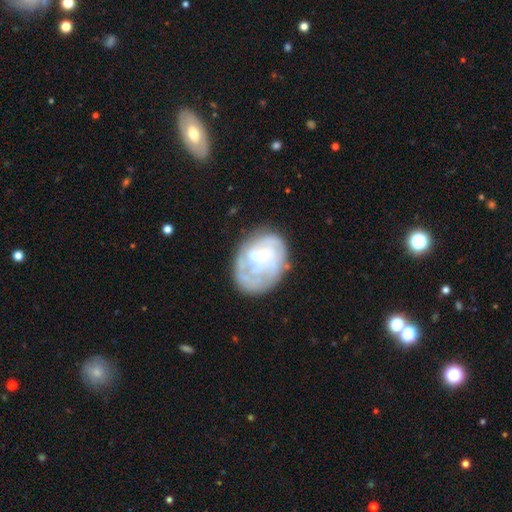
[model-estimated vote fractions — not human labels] Smooth or featured? Predicted: featured or disk (p=0.69). Edge-on disk? Predicted: no (p=0.98). Bar? Predicted: no (p=0.55). Spiral arms? Predicted: yes (p=0.63). Bulge size? Predicted: small (p=0.43). Merging? Predicted: none (p=0.51).